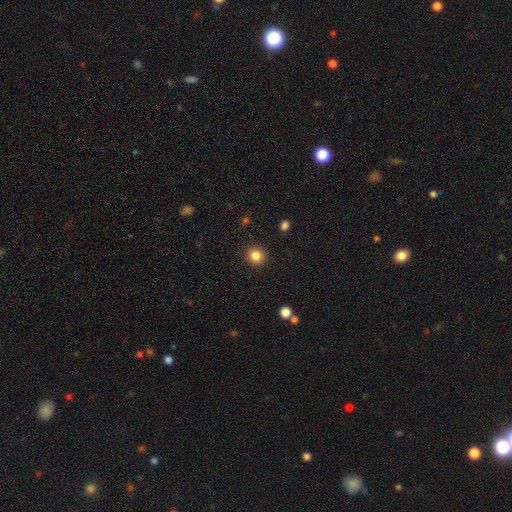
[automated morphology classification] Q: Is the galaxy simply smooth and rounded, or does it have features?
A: smooth — 84%.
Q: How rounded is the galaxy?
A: round — 89%.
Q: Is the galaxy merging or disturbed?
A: none — 91%.